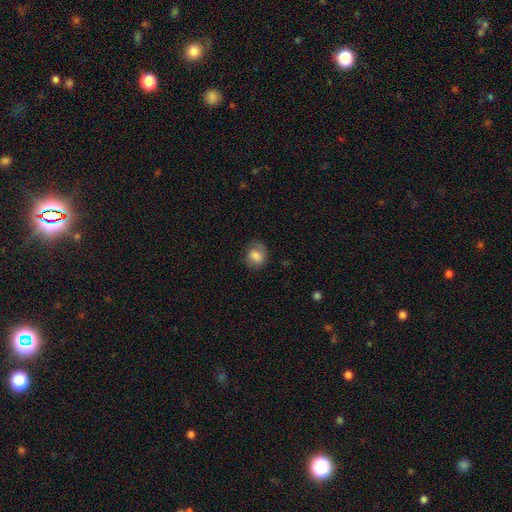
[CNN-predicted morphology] Overall: smooth (75%). How rounded: round (63%; in between 36%). Merging: none (67%).